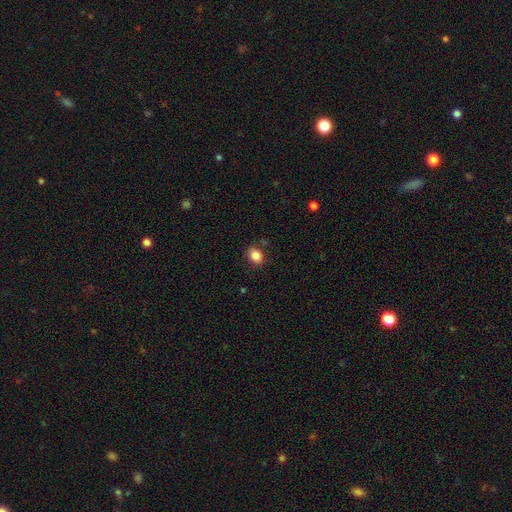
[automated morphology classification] The model was most divided on "how rounded": in between: 62%, round: 37%, cigar-shaped: 1%. More confident: smooth or featured — smooth (86%); merging — none (83%).